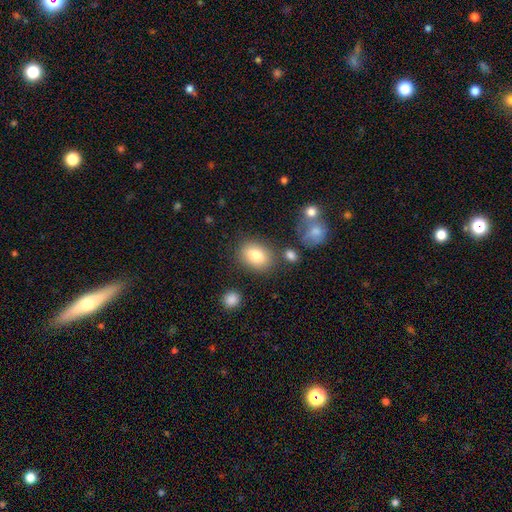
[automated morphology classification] A smooth galaxy with no disk features (80%) that is in between round and cigar-shaped (70%).

Vote fractions:
- Smooth or featured? smooth: 80% / featured or disk: 11% / star or artifact: 9%
- How rounded? in between: 70% / round: 29% / cigar-shaped: 1%
- Merging? none: 77% / minor disturbance: 12% / merger: 7% / major disturbance: 4%